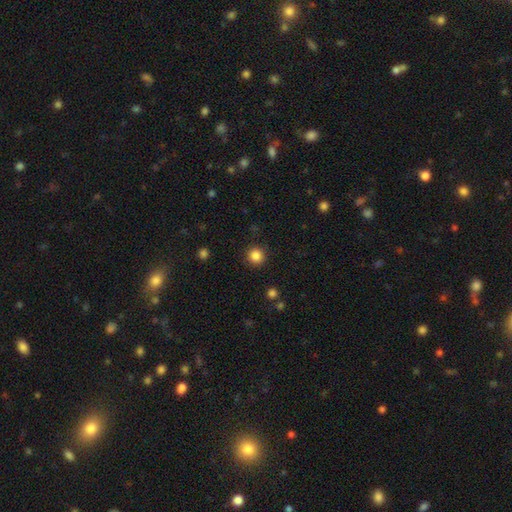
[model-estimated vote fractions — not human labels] Overall: smooth (85%). How rounded: round (95%). Merging: none (92%).